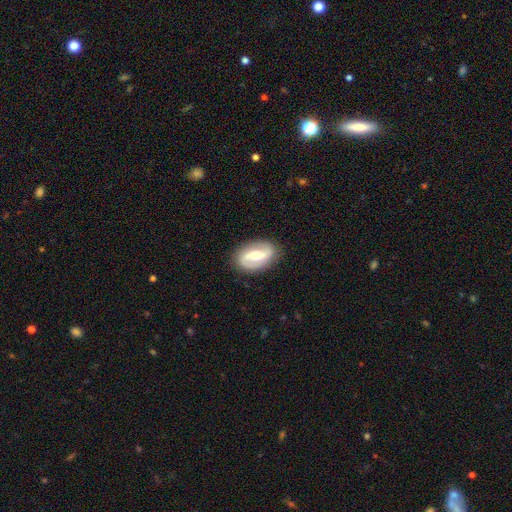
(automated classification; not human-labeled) smooth_or_featured: featured or disk (p=0.77) [alt: smooth p=0.19]
disk_edge_on: no (p=0.95) [alt: yes p=0.05]
bar: strong (p=0.44) [alt: weak p=0.37]
has_spiral_arms: yes (p=0.86) [alt: no p=0.14]
spiral_winding: loose (p=0.43) [alt: medium p=0.38]
spiral_arm_count: 2 (p=0.90) [alt: can't tell p=0.04]
bulge_size: moderate (p=0.67) [alt: small p=0.24]
merging: none (p=0.86) [alt: minor disturbance p=0.10]